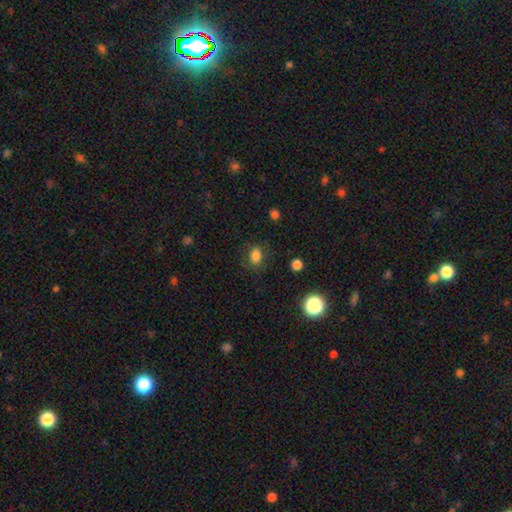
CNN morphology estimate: This appears to be a smooth galaxy with no disk features (80%) that is in between round and cigar-shaped (76%). Merging: none (76%).